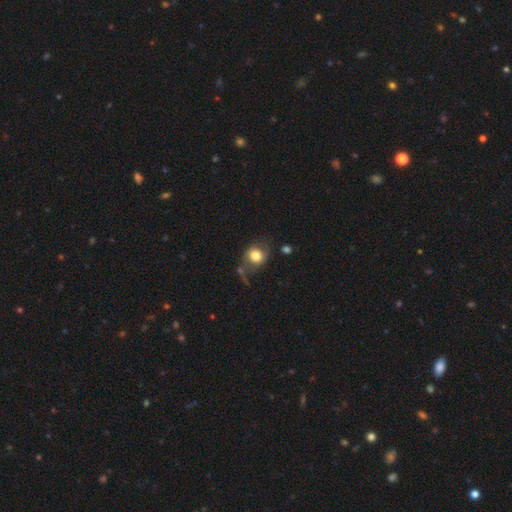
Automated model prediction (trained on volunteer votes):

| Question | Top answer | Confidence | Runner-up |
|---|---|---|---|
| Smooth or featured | smooth | 73% | featured or disk (19%) |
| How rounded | round | 67% | in between (32%) |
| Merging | none | 49% | minor disturbance (22%) |